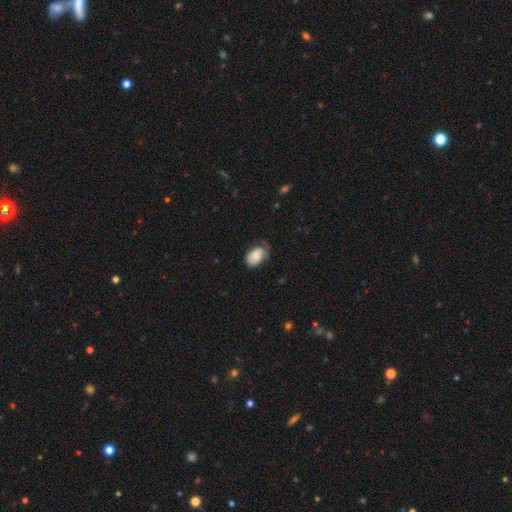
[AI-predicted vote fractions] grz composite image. It shows a smooth galaxy with no disk features (72%) that is in between round and cigar-shaped (89%). Merging: none (51%).